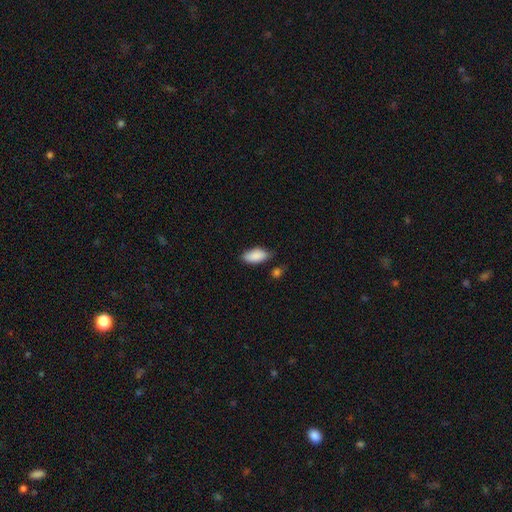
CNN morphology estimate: smooth_or_featured: smooth (p=0.89) [alt: star or artifact p=0.06]
how_rounded: in between (p=0.91) [alt: cigar-shaped p=0.07]
merging: none (p=0.73) [alt: minor disturbance p=0.19]